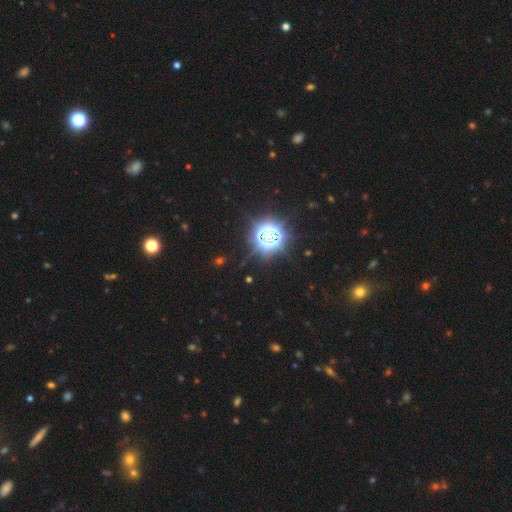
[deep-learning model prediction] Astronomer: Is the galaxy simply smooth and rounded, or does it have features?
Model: star or artifact — 77%.